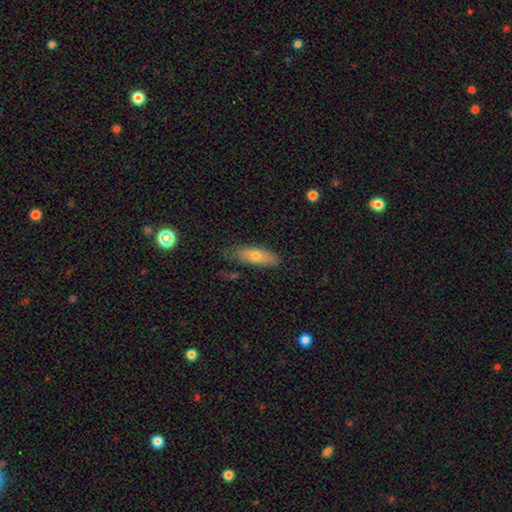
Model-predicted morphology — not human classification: Smooth or featured? Predicted: smooth (p=0.65). How rounded? Predicted: in between (p=0.58). Merging? Predicted: none (p=0.69).